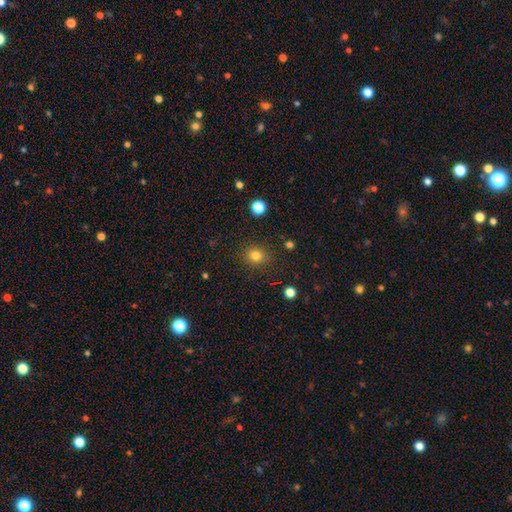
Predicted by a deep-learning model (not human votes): Smooth or featured? Predicted: smooth (p=0.81). How rounded? Predicted: round (p=0.77). Merging? Predicted: none (p=0.87).